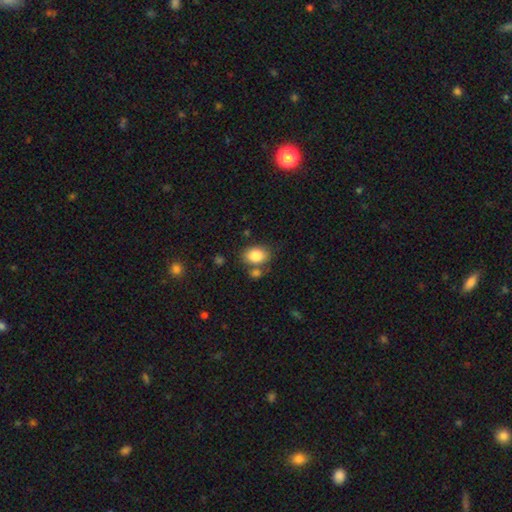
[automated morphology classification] Q: Smooth or featured?
A: smooth (85%); runner-up: star or artifact (8%)
Q: How rounded?
A: in between (73%); runner-up: round (26%)
Q: Merging?
A: none (68%); runner-up: merger (15%)